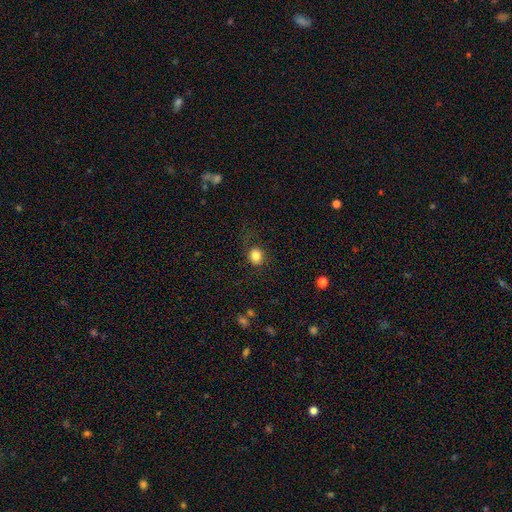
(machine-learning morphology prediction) smooth-or-featured: smooth: 83% | star or artifact: 11% | featured or disk: 6%
  how-rounded: round: 80% | in between: 19% | cigar-shaped: 1%
  merging: none: 80% | minor disturbance: 13% | major disturbance: 6% | merger: 1%